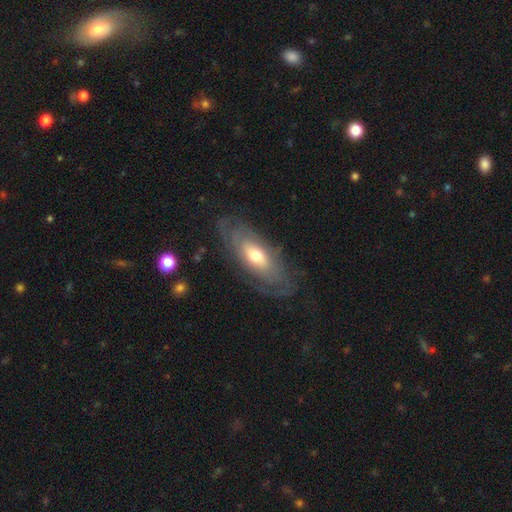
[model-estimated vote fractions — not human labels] Morphology: type=featured or disk (64%); edge-on=no (81%); bar=no (76%); spiral arms=yes (64%); bulge=moderate (65%); merging=none (73%).